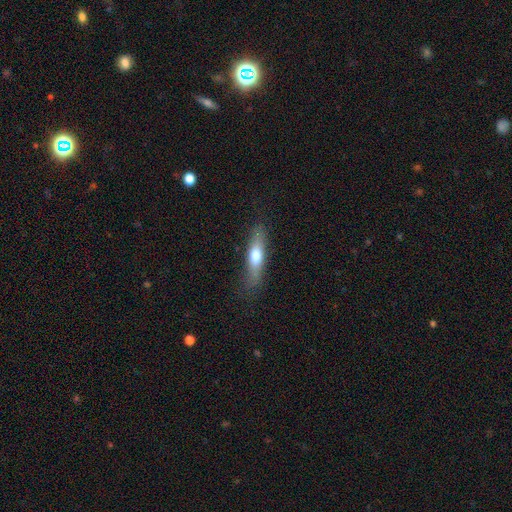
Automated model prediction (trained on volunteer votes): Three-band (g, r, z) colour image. It shows a smooth galaxy with no disk features (61%) that is cigar-shaped (68%). Merging: none (78%).